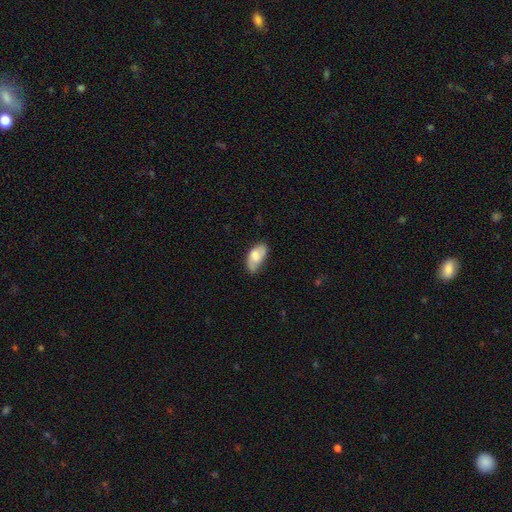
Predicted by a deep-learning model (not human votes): This is likely a smooth galaxy (71%). How rounded: clearly in between (93%). Merging: possibly none (50%).